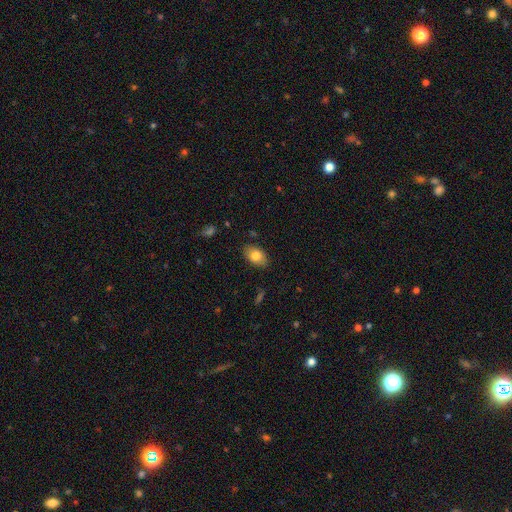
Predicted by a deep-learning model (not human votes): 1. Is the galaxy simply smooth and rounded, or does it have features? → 80% smooth, 13% featured or disk, 7% star or artifact.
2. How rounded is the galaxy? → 91% in between, 8% round, 1% cigar-shaped.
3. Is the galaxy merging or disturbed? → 85% none, 11% minor disturbance, 2% major disturbance, 1% merger.